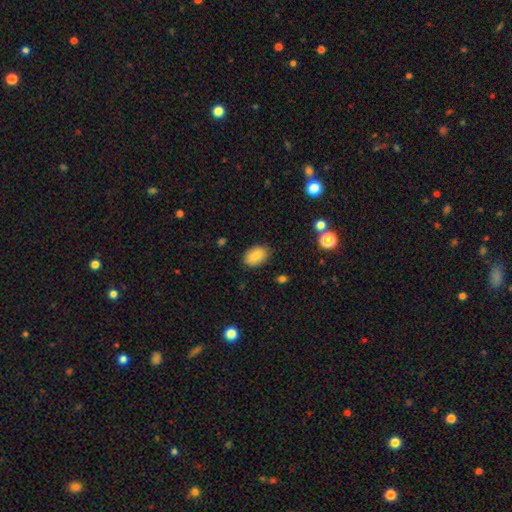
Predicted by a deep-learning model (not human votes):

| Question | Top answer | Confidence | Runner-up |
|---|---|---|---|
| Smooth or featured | smooth | 80% | featured or disk (11%) |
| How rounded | in between | 87% | round (12%) |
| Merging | none | 85% | minor disturbance (11%) |